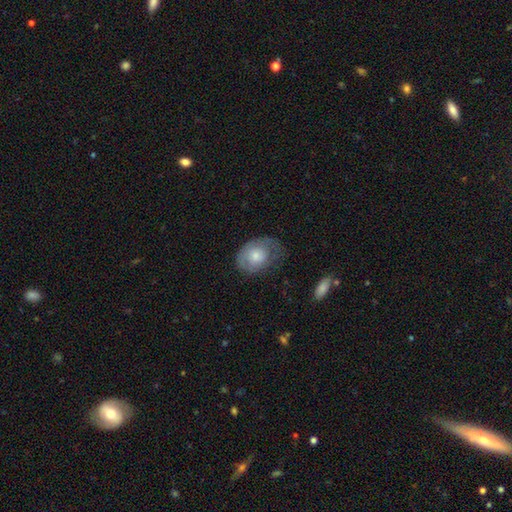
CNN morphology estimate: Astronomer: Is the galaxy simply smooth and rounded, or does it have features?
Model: smooth — 63%.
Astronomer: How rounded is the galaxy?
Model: in between — 68%.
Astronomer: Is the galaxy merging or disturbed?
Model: none — 40% (runner-up: minor disturbance, 33%).